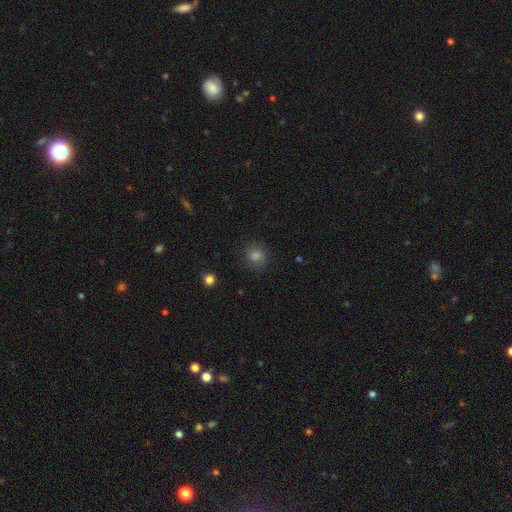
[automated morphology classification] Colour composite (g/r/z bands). It shows a smooth galaxy with no disk features (78%) that is round (88%). Merging: none (89%).